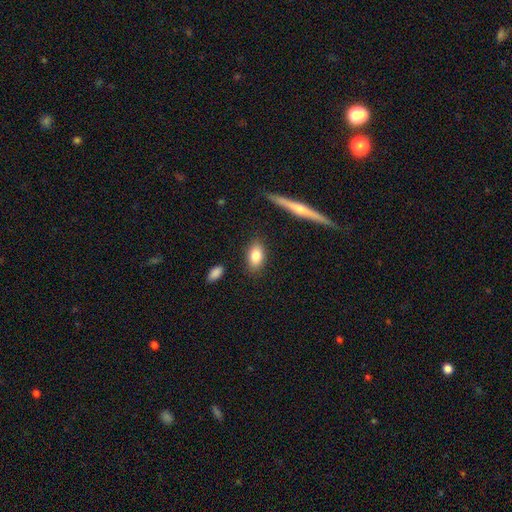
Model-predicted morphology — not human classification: A smooth galaxy with no disk features (81%) that is in between round and cigar-shaped (87%). Merging: none (84%).